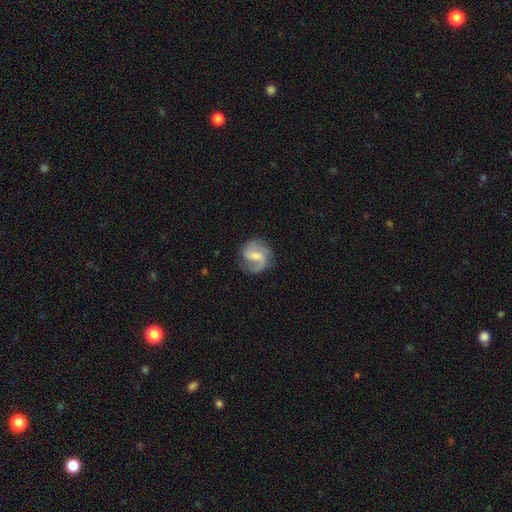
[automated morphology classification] The model was most divided on "bulge size": small: 44%, moderate: 43%, none: 8%, large: 4%, dominant: 1%. More confident: edge-on disk — no (98%); spiral arms — yes (96%); smooth or featured — featured or disk (79%); merging — none (77%); spiral arm count — 2 (77%); bar — weak (55%); spiral winding — medium (50%).